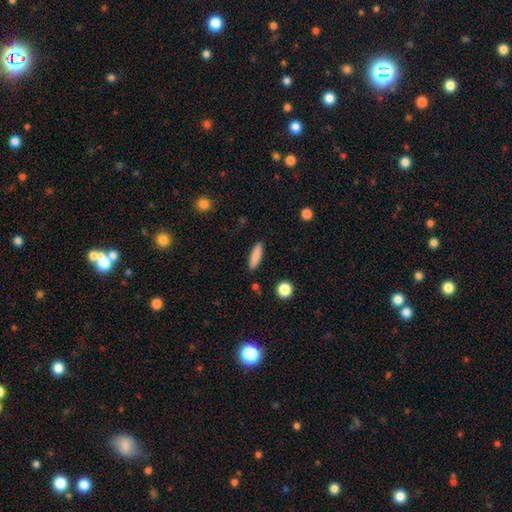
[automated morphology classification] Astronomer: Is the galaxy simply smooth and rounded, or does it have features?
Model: smooth — 85%.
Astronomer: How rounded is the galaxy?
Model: cigar-shaped — 71%.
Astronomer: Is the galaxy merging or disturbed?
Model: none — 89%.